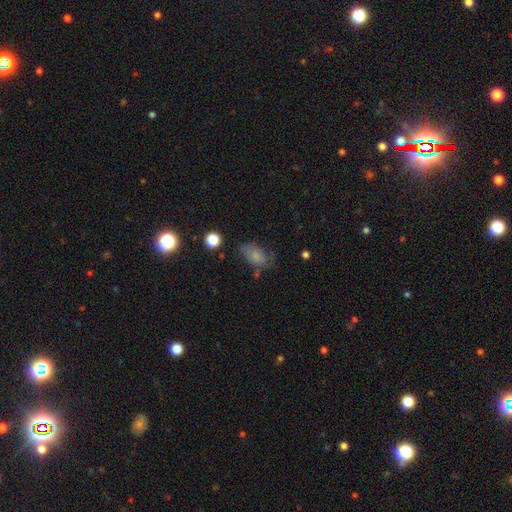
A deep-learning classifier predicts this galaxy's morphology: smooth-or-featured: smooth: 73% | featured or disk: 15% | star or artifact: 11%
  how-rounded: in between: 89% | round: 9% | cigar-shaped: 2%
  merging: none: 54% | minor disturbance: 29% | major disturbance: 13% | merger: 4%